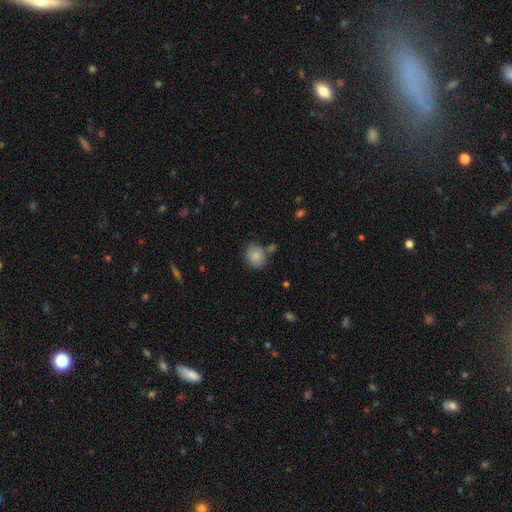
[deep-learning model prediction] Smooth or featured? Predicted: smooth (p=0.82). How rounded? Predicted: round (p=0.51). Merging? Predicted: none (p=0.65).